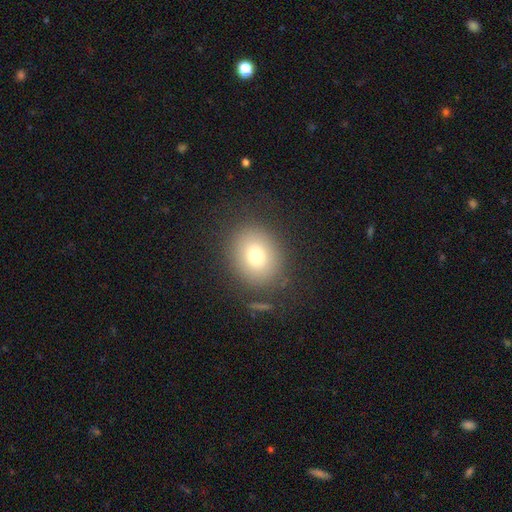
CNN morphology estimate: Smooth or featured: smooth — 74% (featured or disk — 14%)
How rounded: round — 58% (in between — 41%)
Merging: none — 82% (minor disturbance — 11%)